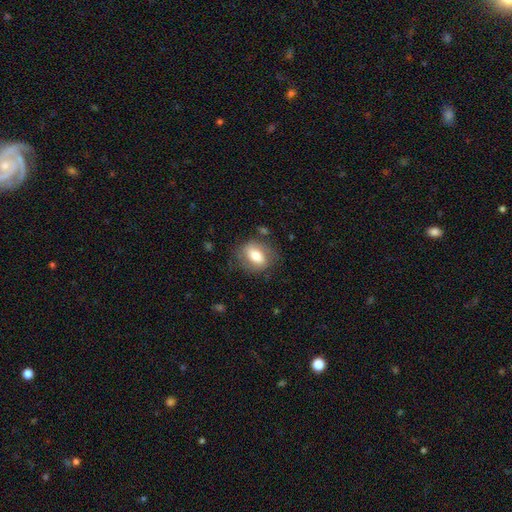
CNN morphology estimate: Smooth or featured?
  - smooth: 66% *
  - featured or disk: 26%
  - star or artifact: 7%
How rounded?
  - in between: 69% *
  - round: 28%
  - cigar-shaped: 2%
Merging?
  - none: 74% *
  - minor disturbance: 17%
  - major disturbance: 7%
  - merger: 2%